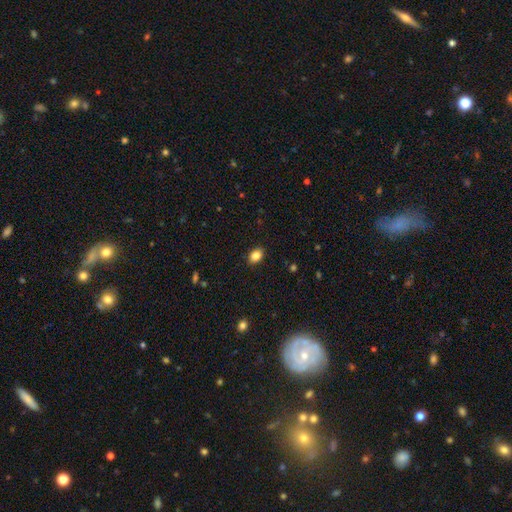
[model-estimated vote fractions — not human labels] Smooth or featured: smooth — 86% (star or artifact — 9%)
How rounded: in between — 77% (round — 22%)
Merging: none — 89% (minor disturbance — 8%)